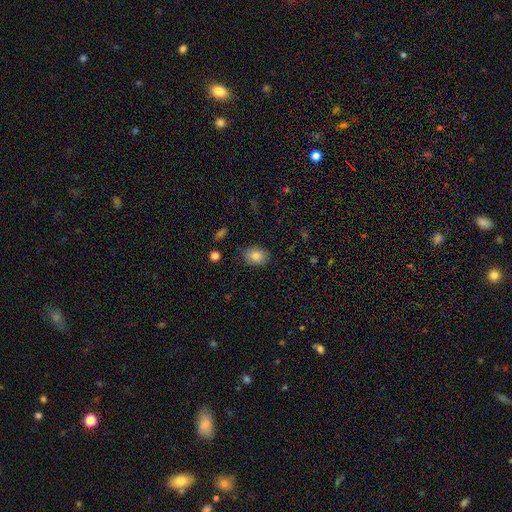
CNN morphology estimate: smooth-or-featured: smooth: 85% | star or artifact: 8% | featured or disk: 7%
  how-rounded: in between: 66% | round: 33% | cigar-shaped: 1%
  merging: none: 82% | minor disturbance: 13% | major disturbance: 3% | merger: 1%